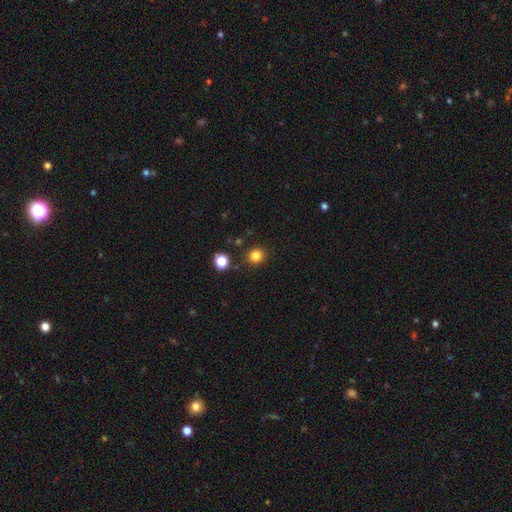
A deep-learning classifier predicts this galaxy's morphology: smooth-or-featured: smooth: 82% | star or artifact: 13% | featured or disk: 4%
  how-rounded: round: 91% | in between: 8% | cigar-shaped: 1%
  merging: none: 88% | minor disturbance: 6% | merger: 3% | major disturbance: 2%